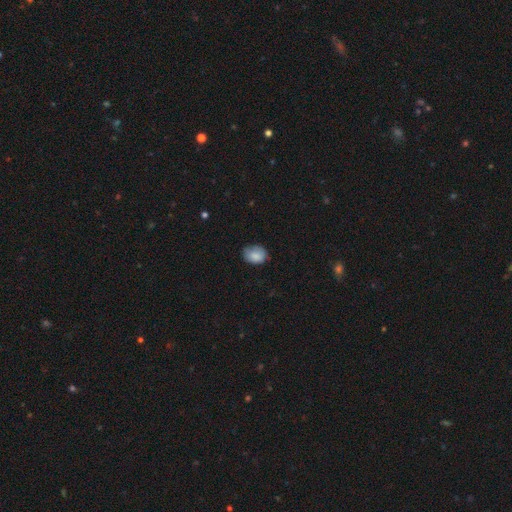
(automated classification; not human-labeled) Morphology: type=smooth (85%); roundness=in between (67%); merging=none (66%).